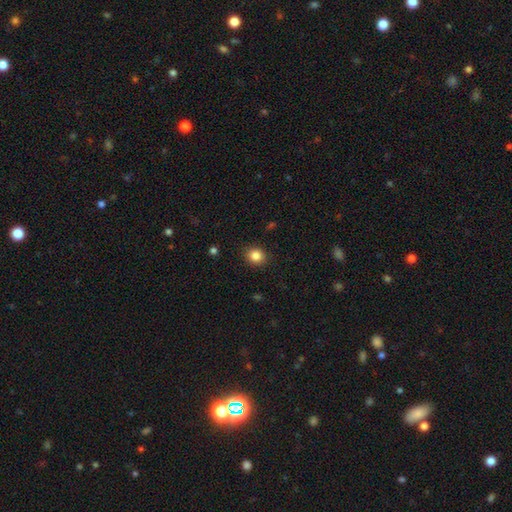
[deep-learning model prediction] Morphology: type=smooth (85%); roundness=round (76%); merging=none (90%).